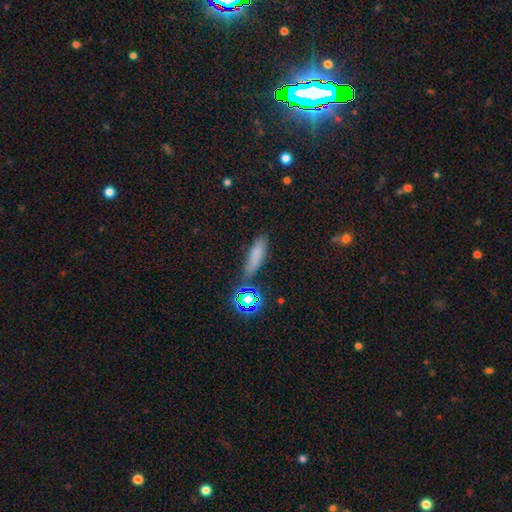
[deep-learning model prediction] Overall: smooth (72%). How rounded: cigar-shaped (60%; in between 35%). Merging: none (71%).